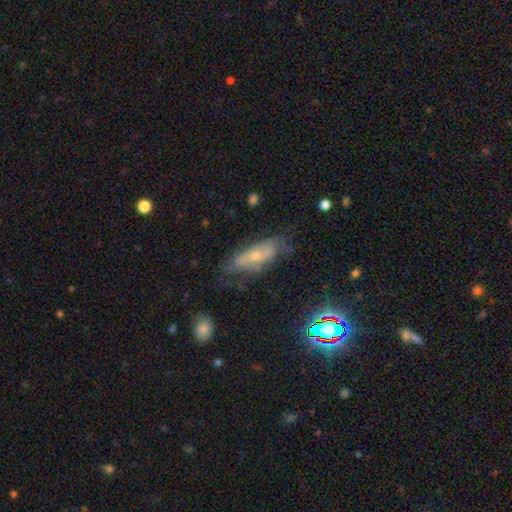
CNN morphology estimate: Smooth or featured?
  - featured or disk: 55% *
  - smooth: 32%
  - star or artifact: 13%
Edge-on disk?
  - no: 71% *
  - yes: 29%
Merging?
  - none: 55% *
  - minor disturbance: 28%
  - major disturbance: 14%
  - merger: 2%